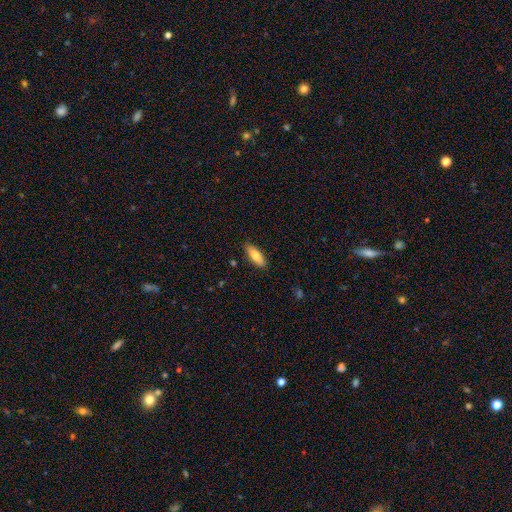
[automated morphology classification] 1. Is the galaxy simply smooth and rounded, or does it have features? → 75% smooth, 18% featured or disk, 6% star or artifact.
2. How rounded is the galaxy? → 63% in between, 35% cigar-shaped, 2% round.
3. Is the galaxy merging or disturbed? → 87% none, 10% minor disturbance, 2% major disturbance, 1% merger.